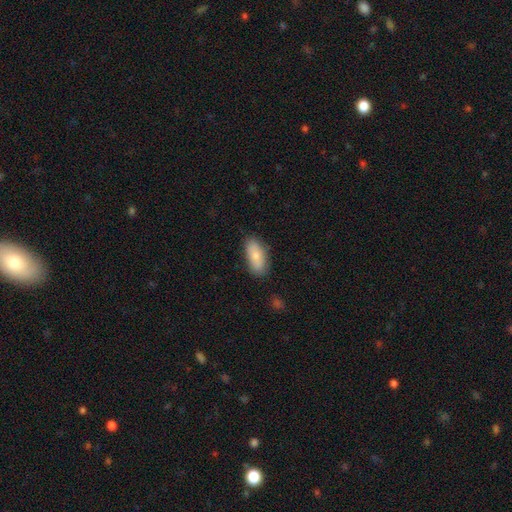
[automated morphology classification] A smooth galaxy with no disk features (79%) that is in between round and cigar-shaped (88%). Merging: none (80%).